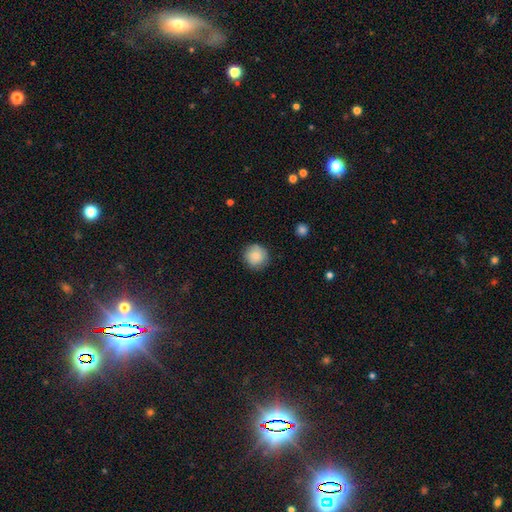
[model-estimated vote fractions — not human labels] Smooth or featured?
  - smooth: 83% *
  - featured or disk: 10%
  - star or artifact: 7%
How rounded?
  - round: 93% *
  - in between: 6%
  - cigar-shaped: 1%
Merging?
  - none: 86% *
  - minor disturbance: 11%
  - major disturbance: 2%
  - merger: 1%